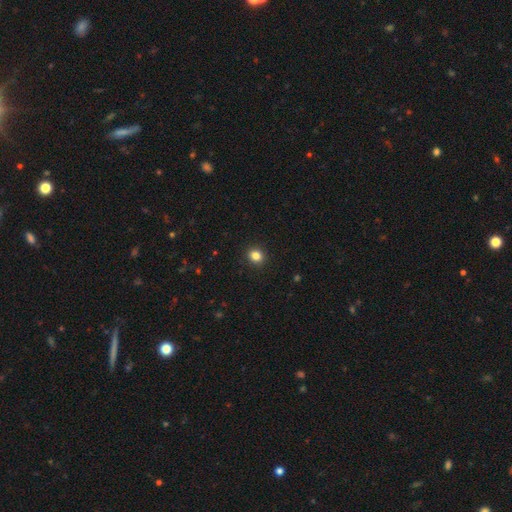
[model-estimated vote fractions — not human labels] smooth 84%, star or artifact 11%, featured or disk 5%. Down the decision tree: how rounded — round (75%); merging — none (92%).